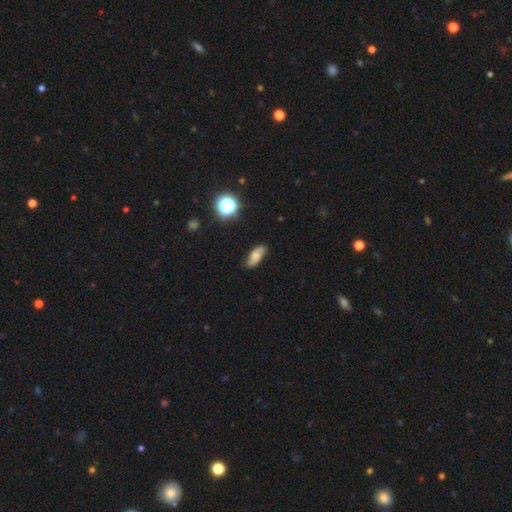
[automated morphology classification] Q: Smooth or featured?
A: smooth (51%); runner-up: featured or disk (38%)
Q: How rounded?
A: in between (79%); runner-up: cigar-shaped (14%)
Q: Merging?
A: none (76%); runner-up: minor disturbance (19%)